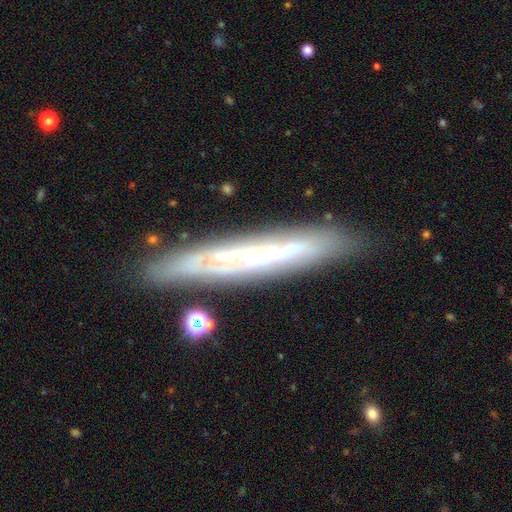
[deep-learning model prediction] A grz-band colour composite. It shows a featured or disk galaxy (68%) viewed edge-on (72%). Merging: none (80%).